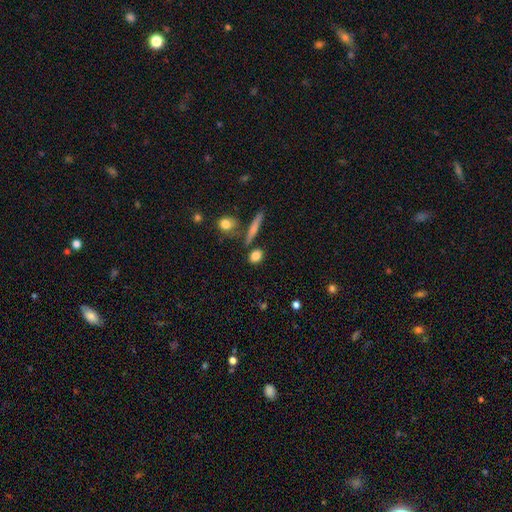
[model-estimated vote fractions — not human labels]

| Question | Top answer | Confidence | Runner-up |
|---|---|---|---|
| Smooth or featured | smooth | 82% | star or artifact (9%) |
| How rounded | round | 47% | in between (41%) |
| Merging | none | 76% | minor disturbance (11%) |